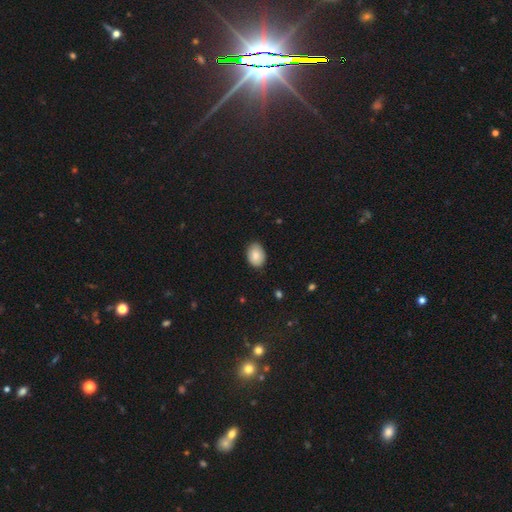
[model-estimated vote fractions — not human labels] smooth-or-featured: smooth: 86% | star or artifact: 7% | featured or disk: 7%
  how-rounded: in between: 79% | round: 20% | cigar-shaped: 1%
  merging: none: 84% | minor disturbance: 13% | major disturbance: 2% | merger: 1%